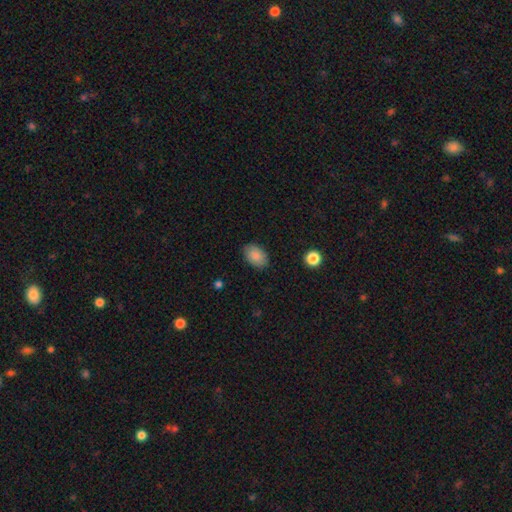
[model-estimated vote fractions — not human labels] smooth_or_featured: smooth (p=0.87) [alt: star or artifact p=0.07]
how_rounded: in between (p=0.88) [alt: round p=0.11]
merging: none (p=0.87) [alt: minor disturbance p=0.10]